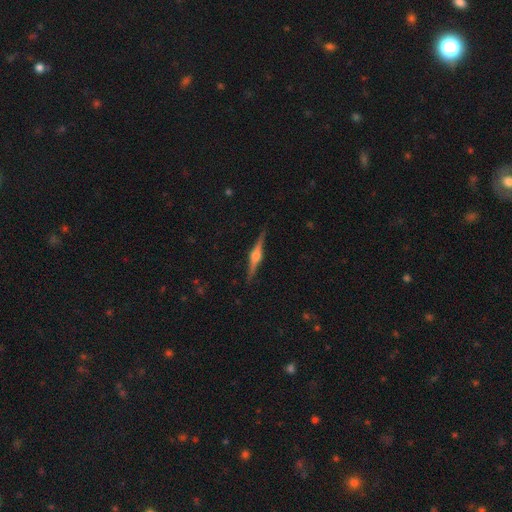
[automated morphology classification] Smooth or featured? Predicted: featured or disk (p=0.82). Edge-on disk? Predicted: yes (p=0.98). Edge-on bulge? Predicted: rounded (p=0.93). Merging? Predicted: none (p=0.90).